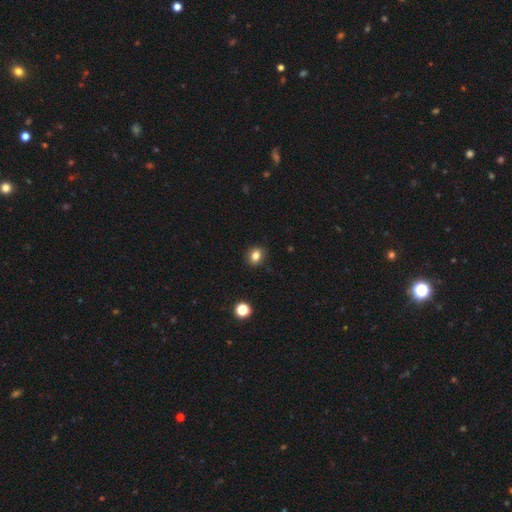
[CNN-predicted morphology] A smooth galaxy with no disk features (82%) that is round (66%).

Vote fractions:
- Smooth or featured? smooth: 82% / star or artifact: 12% / featured or disk: 6%
- How rounded? round: 66% / in between: 33% / cigar-shaped: 1%
- Merging? none: 89% / minor disturbance: 8% / major disturbance: 2% / merger: 1%